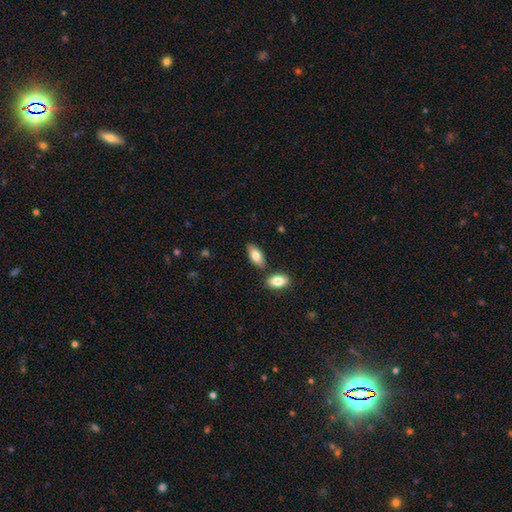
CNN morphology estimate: Q: Smooth or featured?
A: smooth (78%); runner-up: featured or disk (16%)
Q: How rounded?
A: in between (88%); runner-up: cigar-shaped (9%)
Q: Merging?
A: none (77%); runner-up: merger (10%)